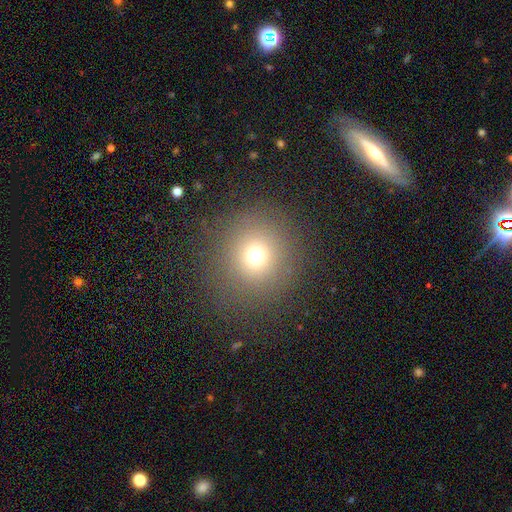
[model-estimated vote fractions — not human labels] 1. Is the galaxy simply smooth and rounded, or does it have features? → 69% smooth, 22% star or artifact, 8% featured or disk.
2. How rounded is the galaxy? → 91% round, 8% in between, 1% cigar-shaped.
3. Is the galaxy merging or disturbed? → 85% none, 7% minor disturbance, 6% major disturbance, 2% merger.